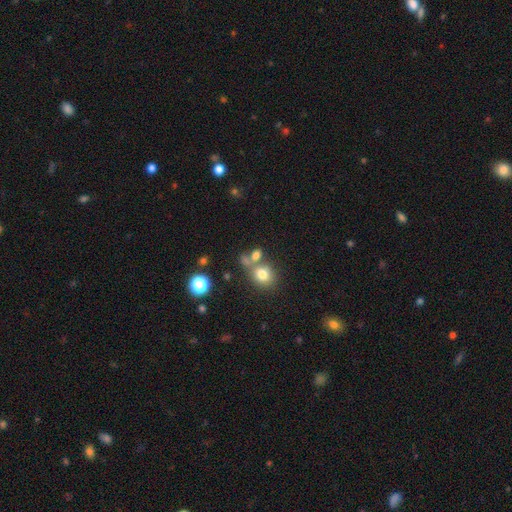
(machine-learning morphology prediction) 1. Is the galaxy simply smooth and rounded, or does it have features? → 74% smooth, 15% star or artifact, 11% featured or disk.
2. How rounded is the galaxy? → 54% round, 44% in between, 2% cigar-shaped.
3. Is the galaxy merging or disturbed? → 47% none, 36% merger, 11% minor disturbance, 6% major disturbance.